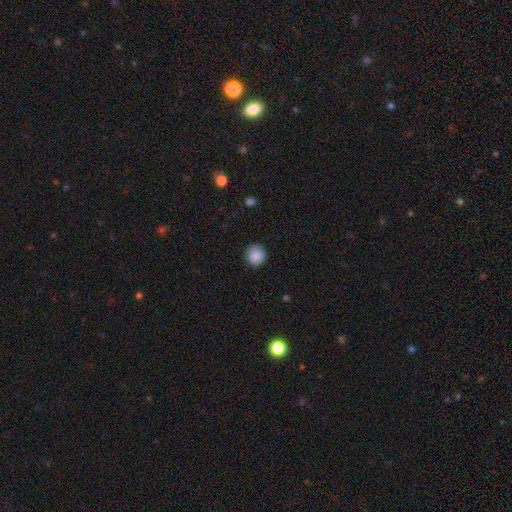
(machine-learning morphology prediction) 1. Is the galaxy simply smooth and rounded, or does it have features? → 87% smooth, 8% star or artifact, 4% featured or disk.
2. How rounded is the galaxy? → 92% round, 8% in between, 1% cigar-shaped.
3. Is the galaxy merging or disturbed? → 87% none, 9% minor disturbance, 2% major disturbance, 1% merger.